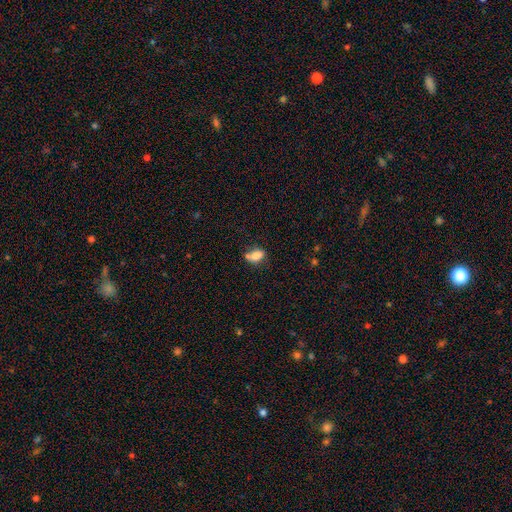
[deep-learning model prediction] smooth_or_featured: smooth (p=0.78) [alt: featured or disk p=0.11]
how_rounded: in between (p=0.79) [alt: round p=0.17]
merging: none (p=0.47) [alt: merger p=0.23]